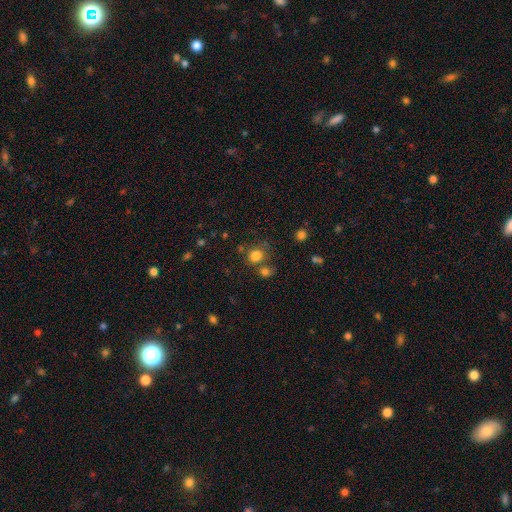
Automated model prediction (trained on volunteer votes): Q: Smooth or featured?
A: smooth (80%); runner-up: star or artifact (14%)
Q: How rounded?
A: round (72%); runner-up: in between (27%)
Q: Merging?
A: none (61%); runner-up: merger (19%)